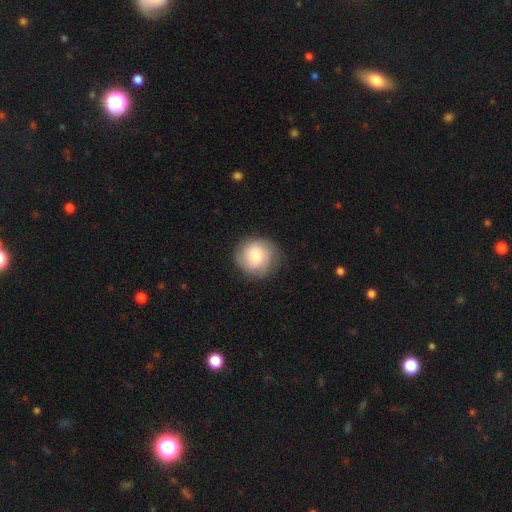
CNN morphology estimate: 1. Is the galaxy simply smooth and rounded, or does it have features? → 69% smooth, 24% featured or disk, 7% star or artifact.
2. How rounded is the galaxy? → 89% round, 10% in between, 1% cigar-shaped.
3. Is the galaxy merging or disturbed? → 79% none, 15% minor disturbance, 5% major disturbance, 1% merger.